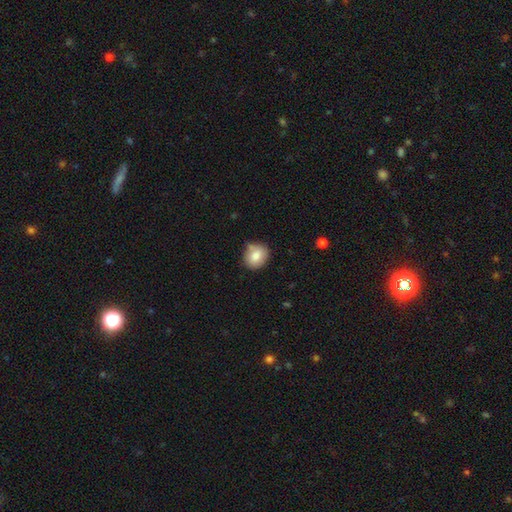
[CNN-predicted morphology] type=smooth (81%); roundness=round (68%); merging=none (70%).